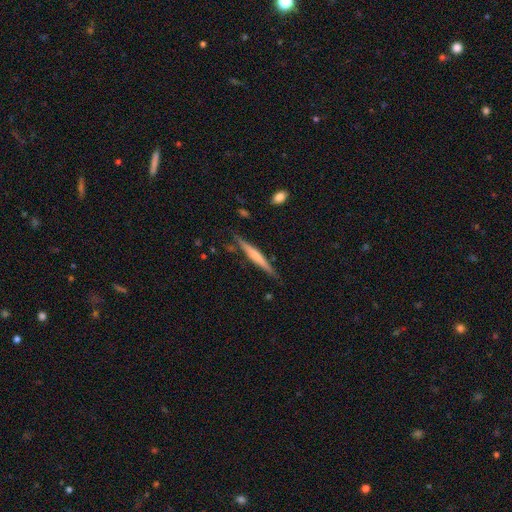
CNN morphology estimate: The model was most divided on "edge-on bulge": none: 41%, rounded: 37%, boxy: 22%. More confident: edge-on disk — yes (97%); merging — none (84%); smooth or featured — featured or disk (53%).